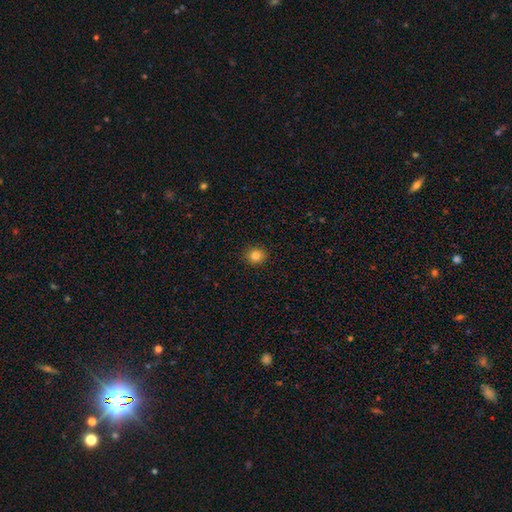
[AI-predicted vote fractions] Overall: smooth (82%). How rounded: round (81%). Merging: none (91%).